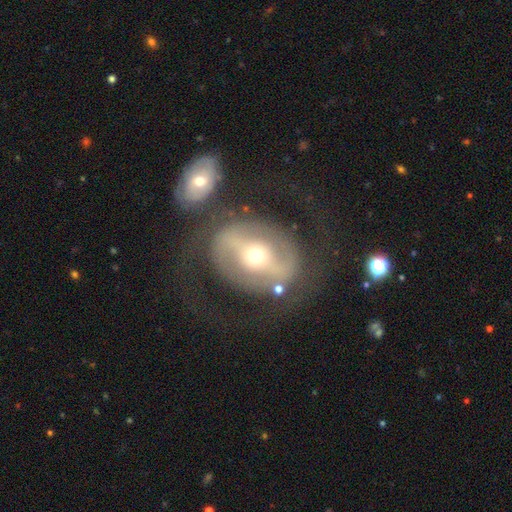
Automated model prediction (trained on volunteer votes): This appears to be a featured or disk galaxy (75%) with a strong bar (49%), spiral arms (59%) and a moderate central bulge (57%). Merging: none (66%).